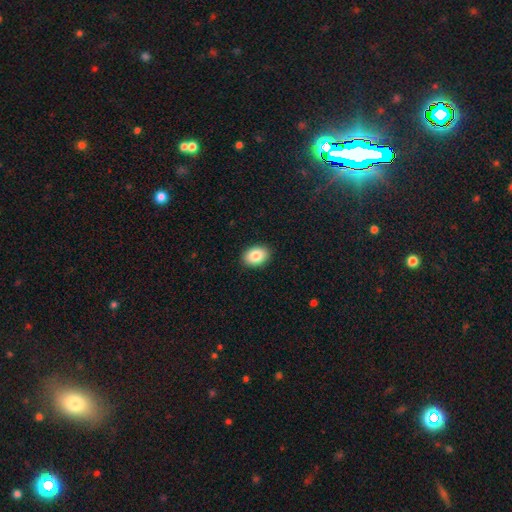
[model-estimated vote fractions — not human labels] Smooth or featured? Predicted: smooth (p=0.86). How rounded? Predicted: in between (p=0.77). Merging? Predicted: none (p=0.90).